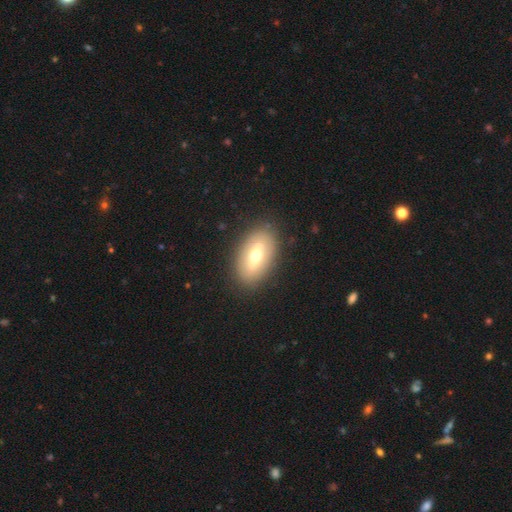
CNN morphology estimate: Smooth or featured: smooth — 54% (featured or disk — 39%)
How rounded: in between — 89% (cigar-shaped — 6%)
Merging: none — 86% (minor disturbance — 9%)